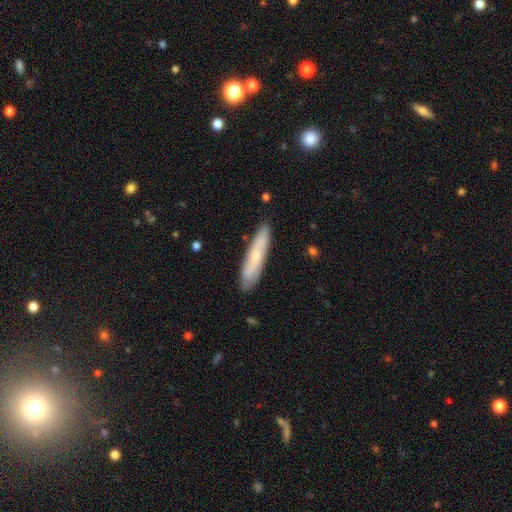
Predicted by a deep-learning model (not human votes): A smooth galaxy with no disk features (56%) that is cigar-shaped (85%). Merging: none (85%).